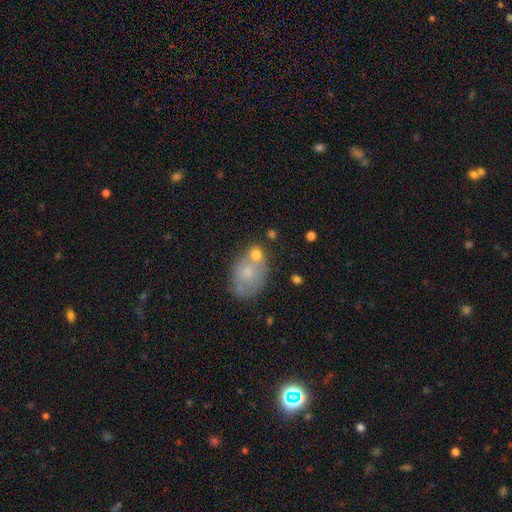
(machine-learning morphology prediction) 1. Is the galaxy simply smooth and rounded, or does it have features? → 58% smooth, 32% featured or disk, 10% star or artifact.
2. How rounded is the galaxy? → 74% in between, 25% round, 1% cigar-shaped.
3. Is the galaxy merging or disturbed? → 48% none, 22% minor disturbance, 21% merger, 9% major disturbance.